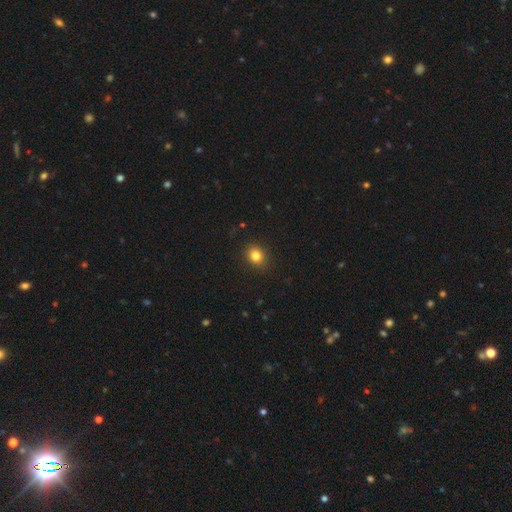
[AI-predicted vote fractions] smooth-or-featured: smooth: 83% | star or artifact: 11% | featured or disk: 6%
  how-rounded: round: 61% | in between: 38% | cigar-shaped: 1%
  merging: none: 89% | minor disturbance: 8% | major disturbance: 2% | merger: 1%